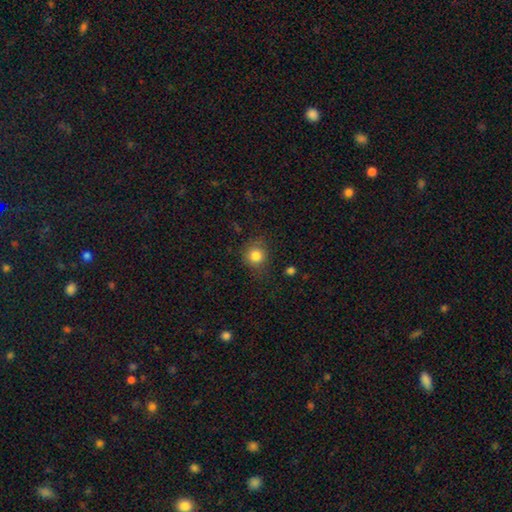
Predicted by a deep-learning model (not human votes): Morphology: type=smooth (83%); roundness=round (89%); merging=none (80%).